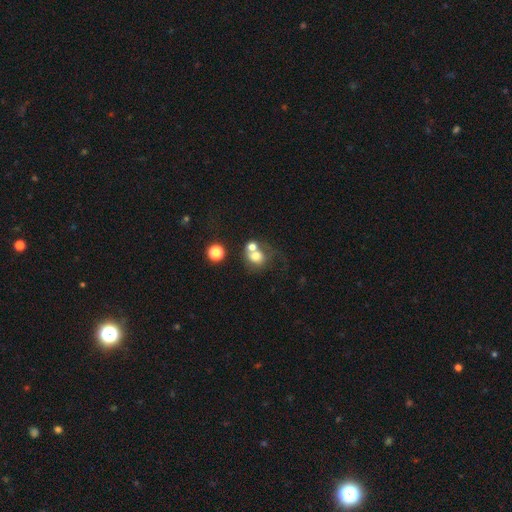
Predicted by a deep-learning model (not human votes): A smooth galaxy with no disk features (68%) that is round (70%). Merging: merger (49%).